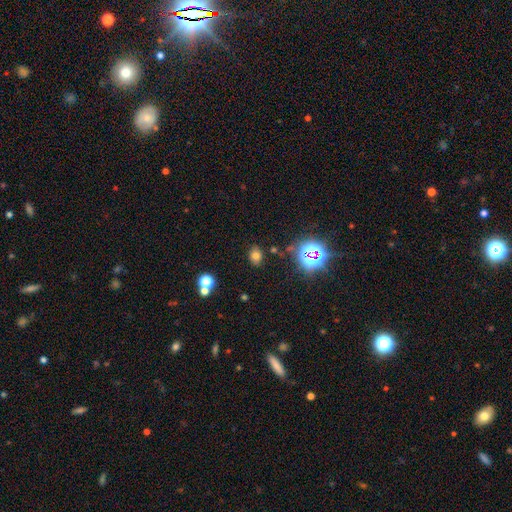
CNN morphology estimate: smooth_or_featured: smooth (p=0.67) [alt: star or artifact p=0.24]
how_rounded: in between (p=0.53) [alt: round p=0.46]
merging: none (p=0.81) [alt: minor disturbance p=0.12]